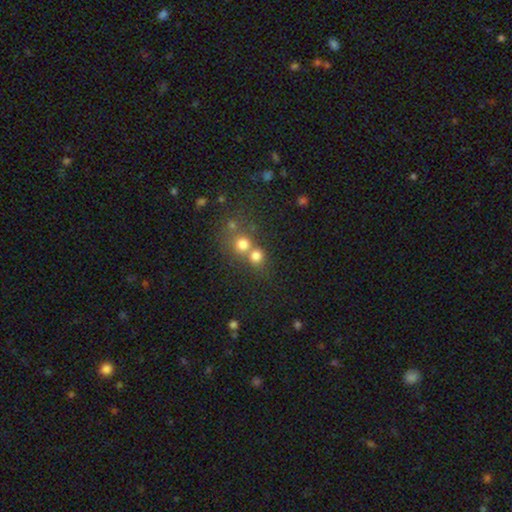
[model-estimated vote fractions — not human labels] This is likely a smooth galaxy (74%). How rounded: clearly round (84%). Merging: possibly merger (47%).